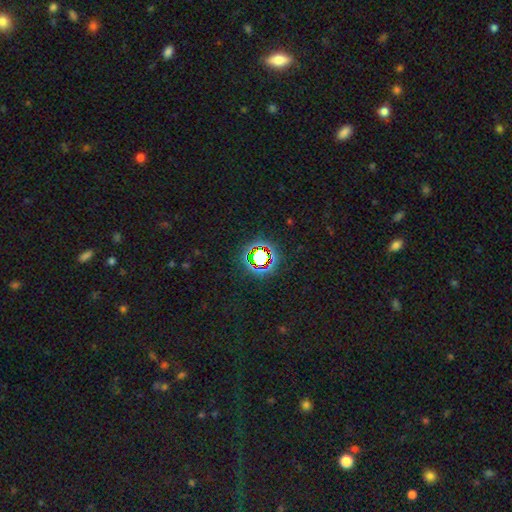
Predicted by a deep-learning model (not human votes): Morphology: type=star or artifact (72%).